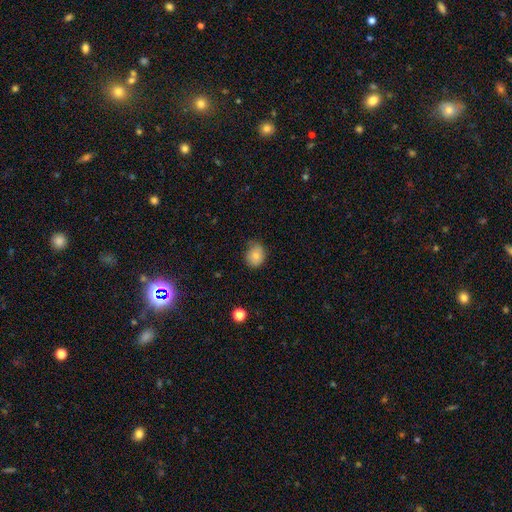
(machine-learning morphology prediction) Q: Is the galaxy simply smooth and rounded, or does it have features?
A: smooth — 79%.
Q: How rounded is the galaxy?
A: round — 64%.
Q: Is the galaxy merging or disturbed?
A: none — 63%.